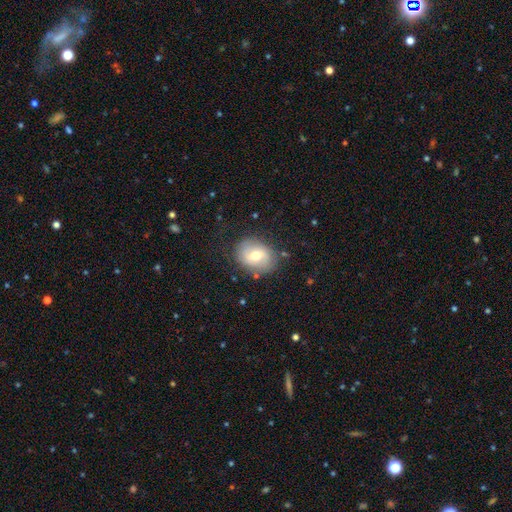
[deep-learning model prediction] smooth 54%, featured or disk 37%, star or artifact 8%. Down the decision tree: how rounded — in between (51%); merging — none (77%).